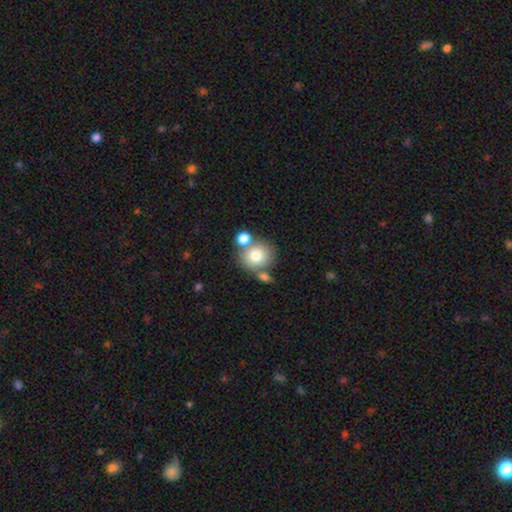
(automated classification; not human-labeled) Overall: smooth (76%). How rounded: round (80%). Merging: none (57%; merger 28%).